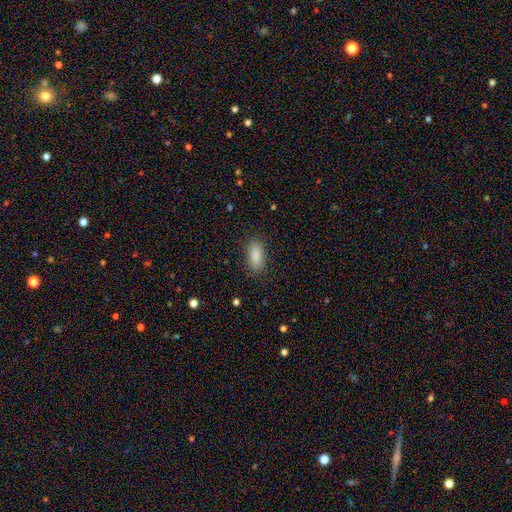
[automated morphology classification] Smooth or featured? Predicted: smooth (p=0.88). How rounded? Predicted: in between (p=0.88). Merging? Predicted: none (p=0.85).